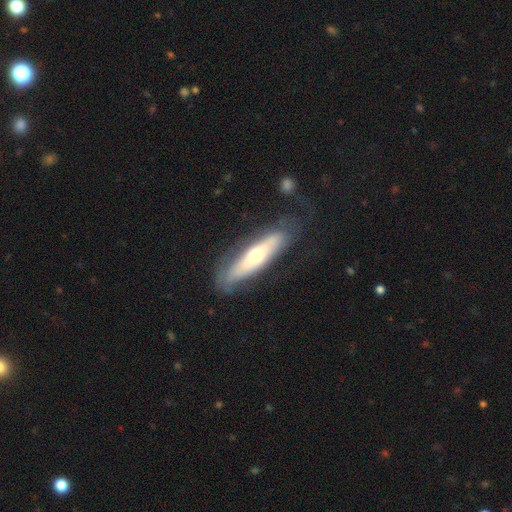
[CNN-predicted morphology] The model was most divided on "edge-on disk": yes: 53%, no: 47%. More confident: merging — none (67%); smooth or featured — featured or disk (53%).